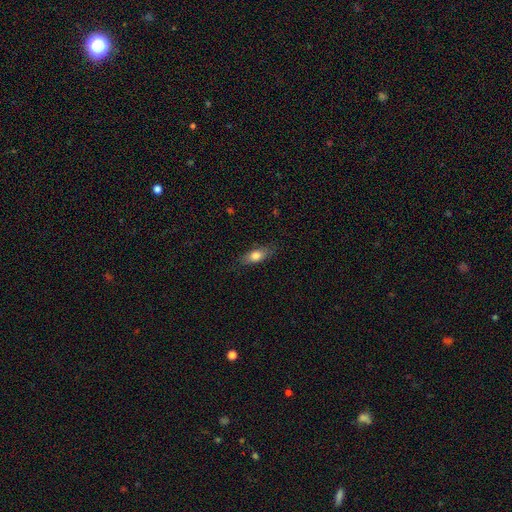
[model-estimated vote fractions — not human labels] Smooth or featured: smooth — 76% (featured or disk — 17%)
How rounded: in between — 76% (cigar-shaped — 19%)
Merging: none — 79% (minor disturbance — 16%)